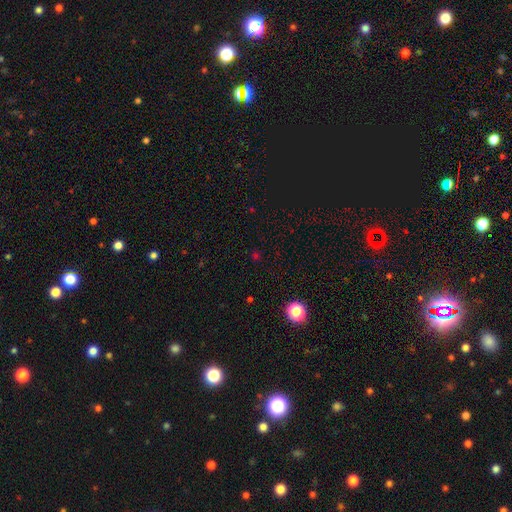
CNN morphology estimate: Smooth or featured? star or artifact (57%)